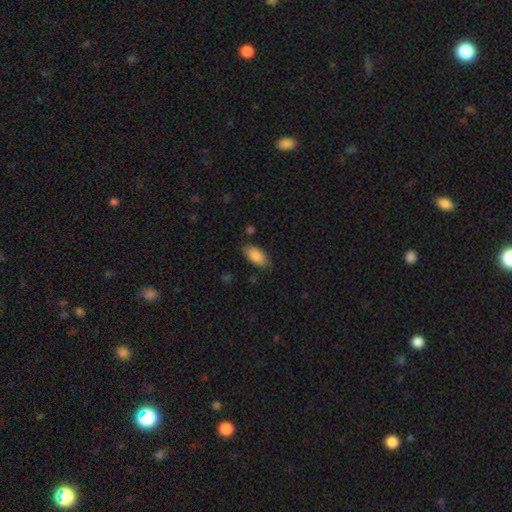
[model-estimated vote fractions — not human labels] Morphology: type=smooth (87%); roundness=in between (91%); merging=none (82%).